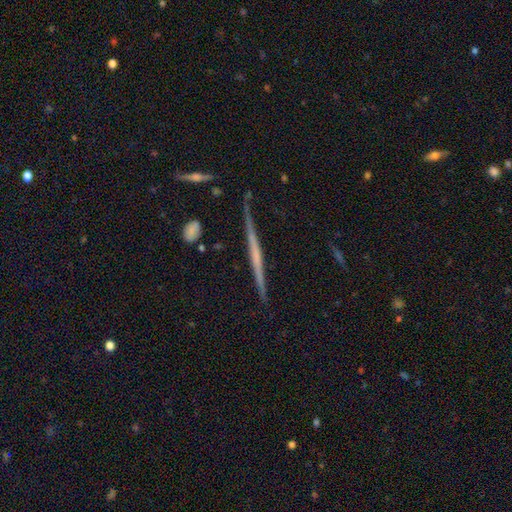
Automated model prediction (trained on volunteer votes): Smooth or featured: featured or disk — 69% (smooth — 24%)
Edge-on disk: yes — 98% (no — 2%)
Edge-on bulge: none — 75% (rounded — 17%)
Merging: none — 87% (minor disturbance — 9%)